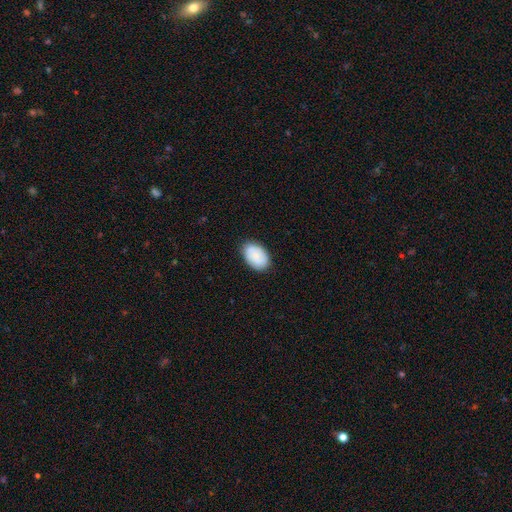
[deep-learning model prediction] This appears to be a smooth galaxy with no disk features (84%) that is in between round and cigar-shaped (90%). Merging: none (84%).